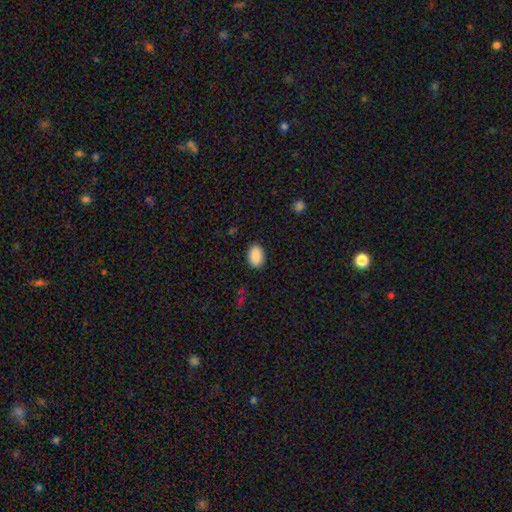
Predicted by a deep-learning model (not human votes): Smooth or featured? smooth (90%)
How rounded? in between (84%)
Merging? none (89%)